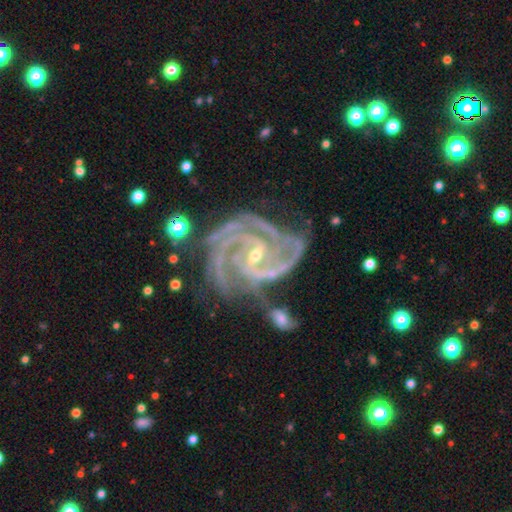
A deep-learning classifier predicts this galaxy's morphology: Q: Smooth or featured?
A: featured or disk (93%); runner-up: star or artifact (4%)
Q: Edge-on disk?
A: no (98%); runner-up: yes (2%)
Q: Bar?
A: weak (45%); runner-up: strong (33%)
Q: Spiral arms?
A: yes (99%); runner-up: no (1%)
Q: Spiral winding?
A: tight (56%); runner-up: medium (39%)
Q: Spiral arm count?
A: 3 (35%); runner-up: 4 (21%)
Q: Bulge size?
A: small (65%); runner-up: moderate (32%)
Q: Merging?
A: none (51%); runner-up: minor disturbance (24%)